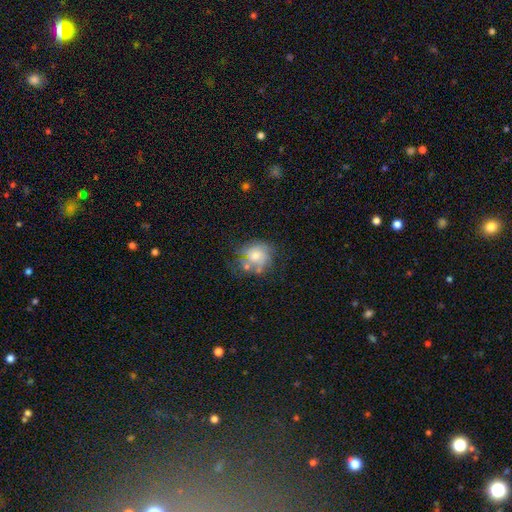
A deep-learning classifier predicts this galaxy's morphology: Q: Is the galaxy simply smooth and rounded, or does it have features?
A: smooth — 46%.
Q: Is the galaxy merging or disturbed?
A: none — 49%.